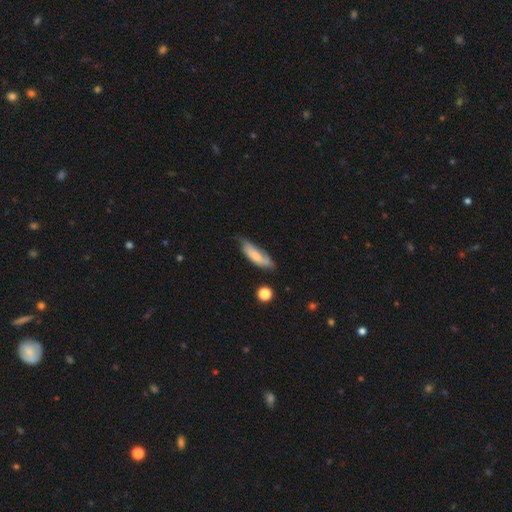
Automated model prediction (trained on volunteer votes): Q: Smooth or featured?
A: smooth (69%); runner-up: featured or disk (24%)
Q: How rounded?
A: in between (50%); runner-up: cigar-shaped (48%)
Q: Merging?
A: none (55%); runner-up: minor disturbance (34%)